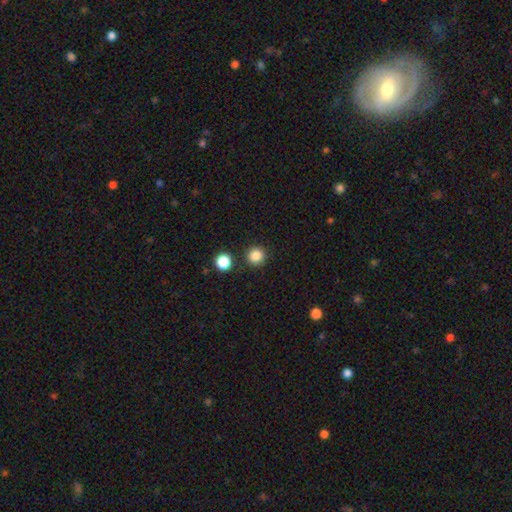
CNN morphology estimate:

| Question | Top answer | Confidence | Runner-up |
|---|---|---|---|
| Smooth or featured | smooth | 85% | star or artifact (11%) |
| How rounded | round | 94% | in between (5%) |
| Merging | none | 89% | minor disturbance (5%) |